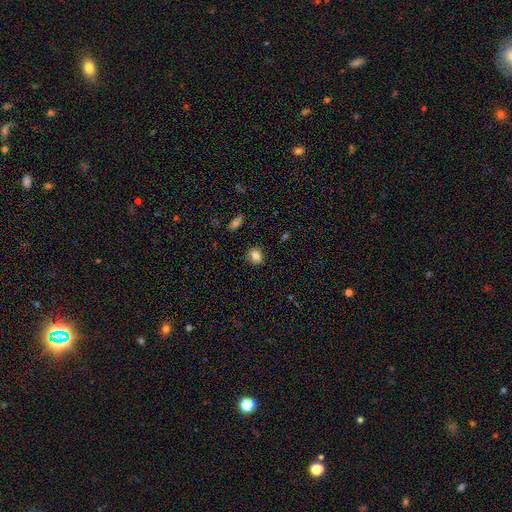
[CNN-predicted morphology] Overall: smooth (81%). How rounded: round (53%; in between 45%). Merging: none (84%).